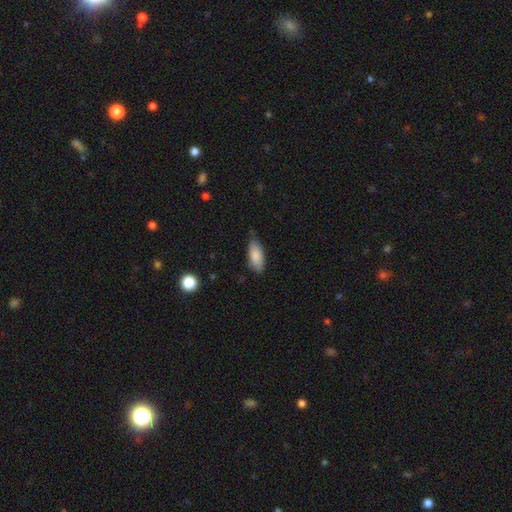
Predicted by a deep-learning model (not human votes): Smooth or featured? smooth (84%)
How rounded? in between (85%)
Merging? none (71%)